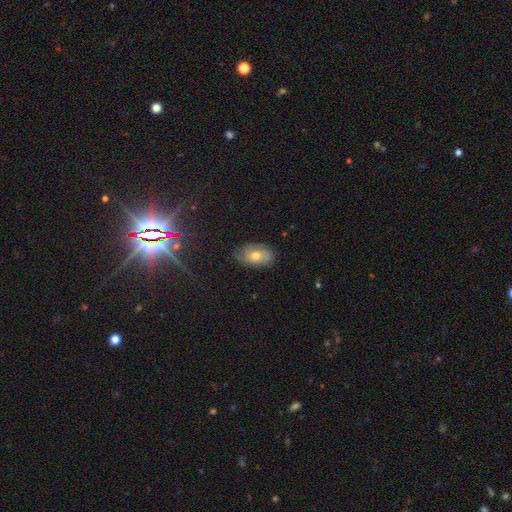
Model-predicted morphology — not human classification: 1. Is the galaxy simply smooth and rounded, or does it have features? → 45% smooth, 39% featured or disk, 16% star or artifact.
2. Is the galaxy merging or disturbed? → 77% none, 18% minor disturbance, 4% major disturbance, 1% merger.